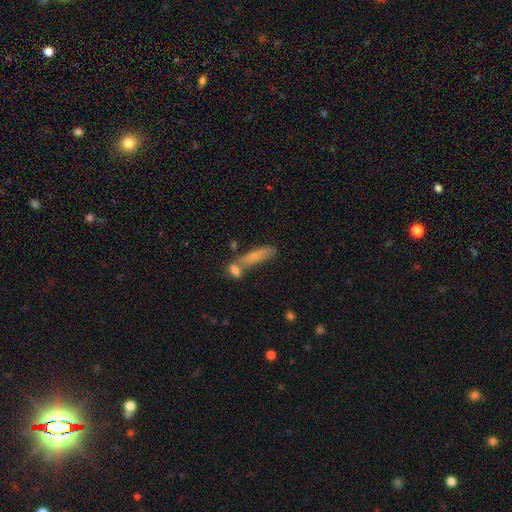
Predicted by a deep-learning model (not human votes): The model was most divided on "merging": none: 46%, merger: 35%, minor disturbance: 14%, major disturbance: 6%. More confident: smooth or featured — smooth (78%); how rounded — cigar-shaped (63%).